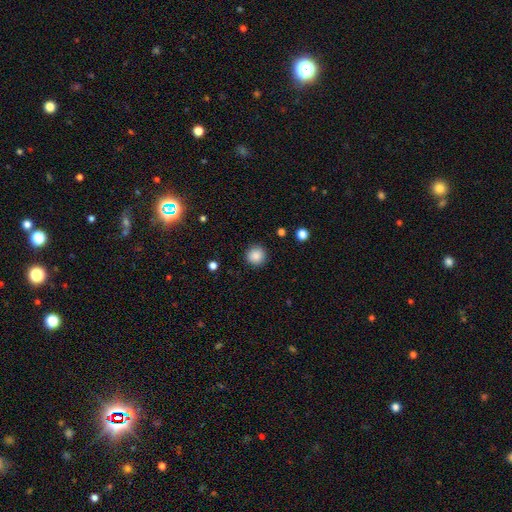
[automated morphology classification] type=smooth (86%); roundness=round (95%); merging=none (90%).